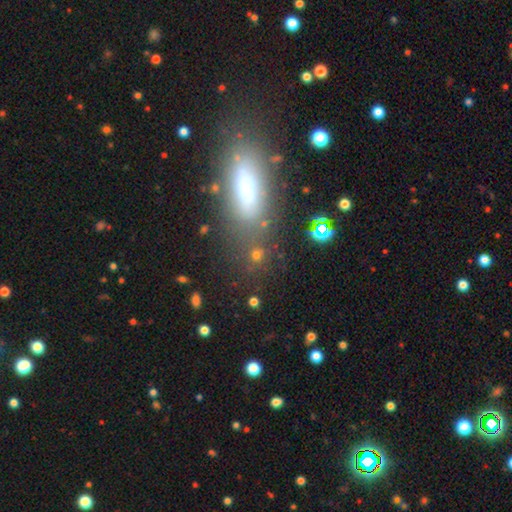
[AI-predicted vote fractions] Smooth or featured: smooth — 59% (featured or disk — 23%)
How rounded: in between — 60% (cigar-shaped — 34%)
Merging: none — 75% (minor disturbance — 13%)